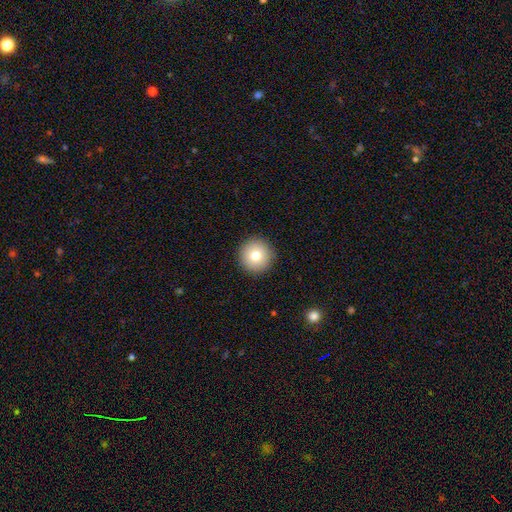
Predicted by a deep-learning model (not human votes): Smooth or featured?
  - smooth: 77% *
  - featured or disk: 12%
  - star or artifact: 10%
How rounded?
  - round: 96% *
  - in between: 3%
  - cigar-shaped: 1%
Merging?
  - none: 92% *
  - minor disturbance: 5%
  - major disturbance: 2%
  - merger: 1%